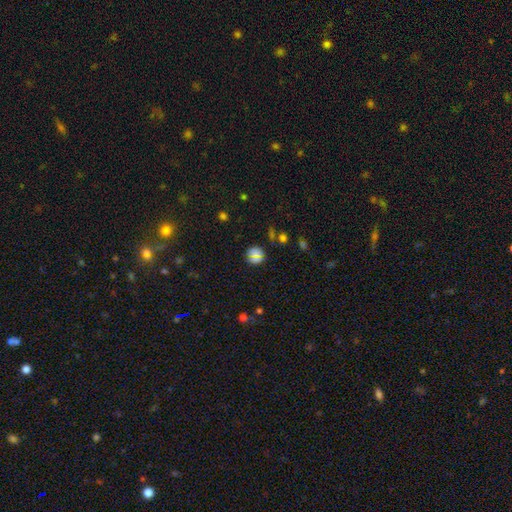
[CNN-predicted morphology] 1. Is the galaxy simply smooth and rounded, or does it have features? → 57% smooth, 35% star or artifact, 9% featured or disk.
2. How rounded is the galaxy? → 81% round, 16% in between, 3% cigar-shaped.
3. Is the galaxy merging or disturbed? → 78% none, 11% minor disturbance, 5% major disturbance, 5% merger.